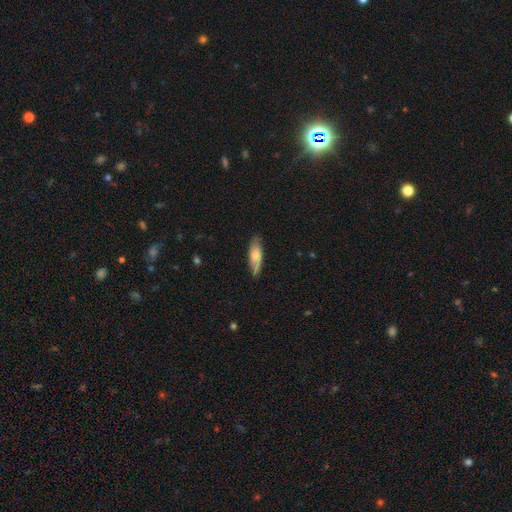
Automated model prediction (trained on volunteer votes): Smooth or featured?
  - smooth: 63% *
  - featured or disk: 31%
  - star or artifact: 6%
How rounded?
  - in between: 54% *
  - cigar-shaped: 44%
  - round: 2%
Merging?
  - none: 83% *
  - minor disturbance: 14%
  - major disturbance: 2%
  - merger: 1%